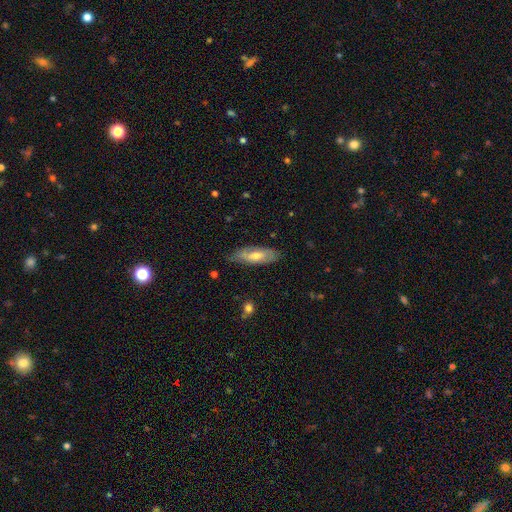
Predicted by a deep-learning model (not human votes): Overall: smooth (50%; featured or disk 44%). Merging: none (75%).